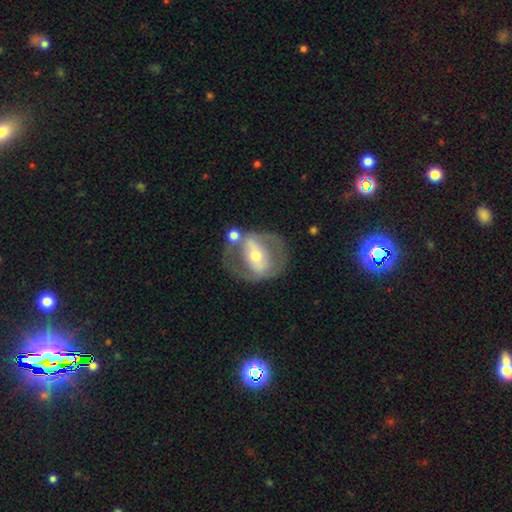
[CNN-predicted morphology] featured or disk 70%, smooth 23%, star or artifact 6%. Down the decision tree: edge-on disk — no (92%); bar — strong (48%); spiral arms — no (63%); bulge size — moderate (54%); merging — none (55%).